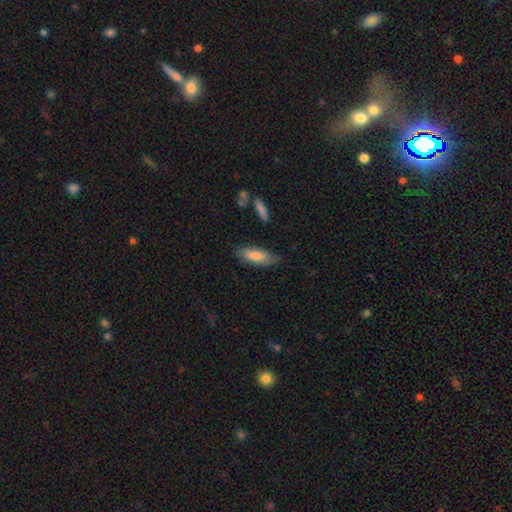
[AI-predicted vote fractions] Morphology: type=smooth (77%); roundness=in between (61%); merging=none (75%).